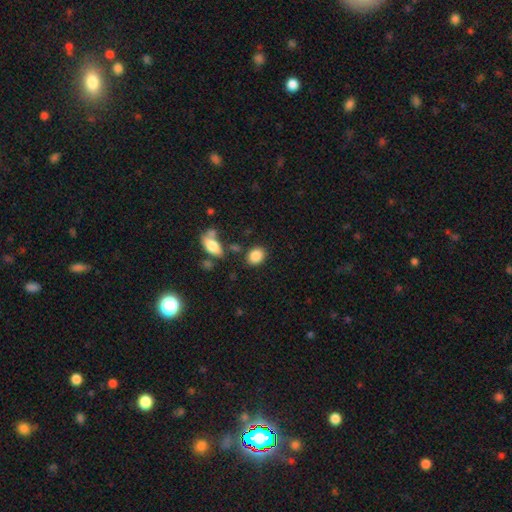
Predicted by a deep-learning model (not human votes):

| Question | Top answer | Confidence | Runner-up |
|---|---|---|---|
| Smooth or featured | smooth | 86% | star or artifact (8%) |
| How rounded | in between | 56% | round (42%) |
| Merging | none | 79% | minor disturbance (11%) |